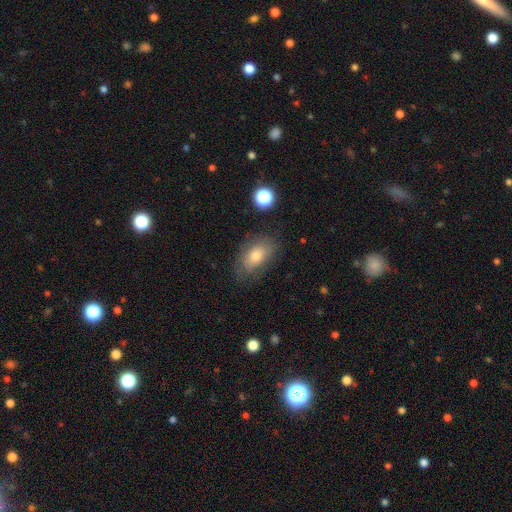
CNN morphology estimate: type=smooth (71%); roundness=in between (87%); merging=none (73%).